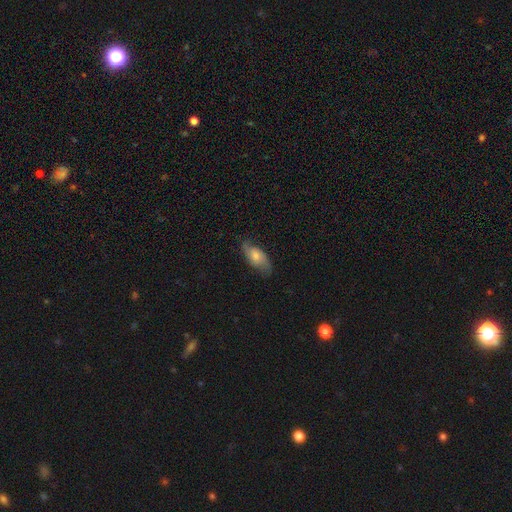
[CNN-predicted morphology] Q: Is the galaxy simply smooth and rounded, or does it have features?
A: featured or disk — 47%.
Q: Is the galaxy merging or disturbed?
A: none — 71%.